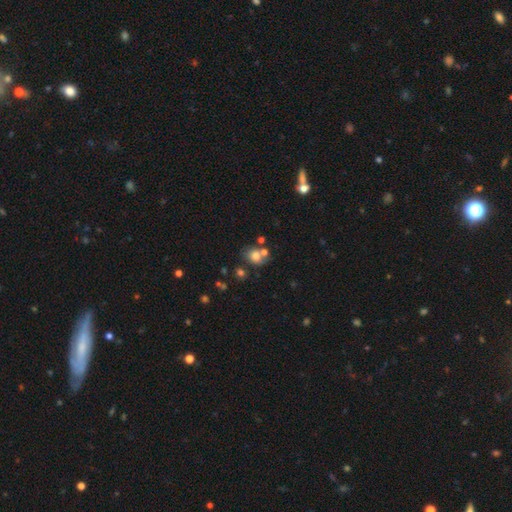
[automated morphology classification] smooth-or-featured: smooth: 75% | star or artifact: 13% | featured or disk: 12%
  how-rounded: round: 54% | in between: 45% | cigar-shaped: 1%
  merging: none: 52% | merger: 26% | minor disturbance: 15% | major disturbance: 7%